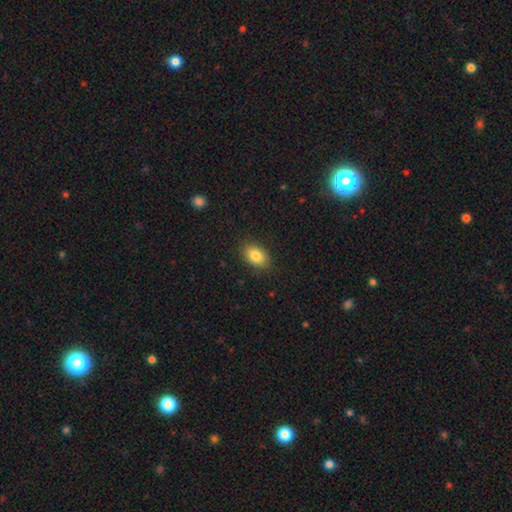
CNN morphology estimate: Overall: smooth (85%). How rounded: in between (83%). Merging: none (87%).